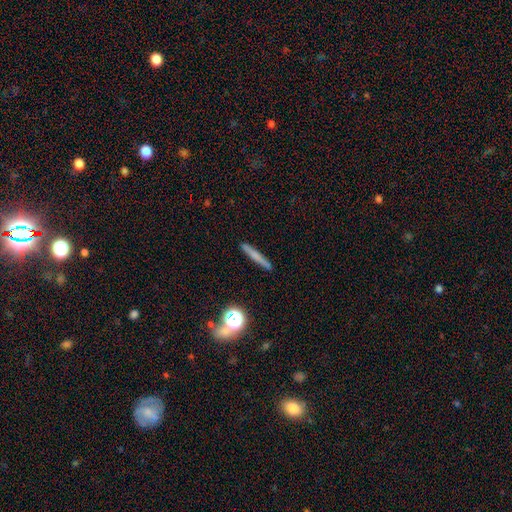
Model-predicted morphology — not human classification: type=smooth (58%); roundness=cigar-shaped (92%); merging=none (89%).